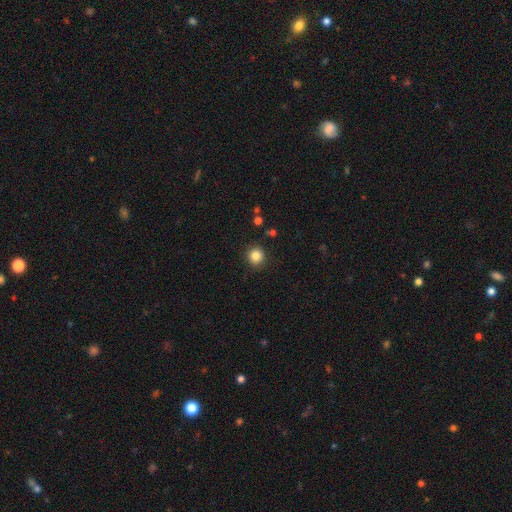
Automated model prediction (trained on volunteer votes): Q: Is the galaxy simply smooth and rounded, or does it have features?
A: smooth — 84%.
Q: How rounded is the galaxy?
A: round — 92%.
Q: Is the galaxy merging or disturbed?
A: none — 90%.